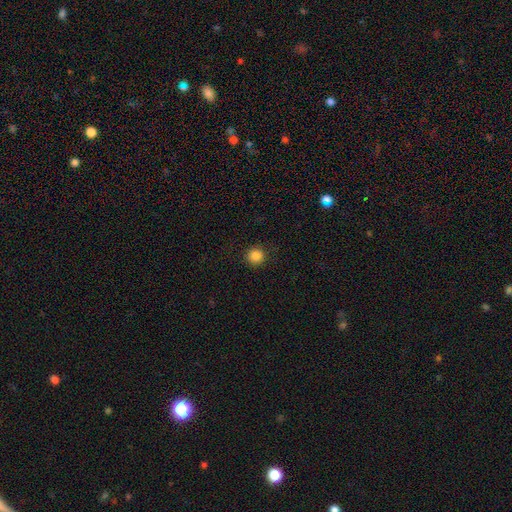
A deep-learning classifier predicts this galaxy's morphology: Smooth or featured? smooth (85%)
How rounded? round (94%)
Merging? none (91%)